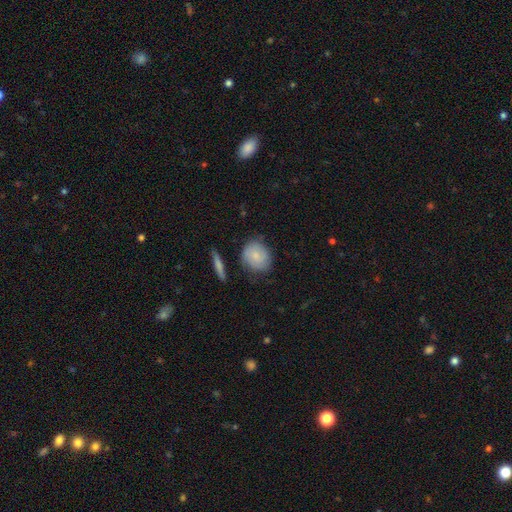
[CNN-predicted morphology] smooth_or_featured: smooth (p=0.70) [alt: featured or disk p=0.24]
how_rounded: round (p=0.70) [alt: in between p=0.28]
merging: none (p=0.72) [alt: minor disturbance p=0.20]